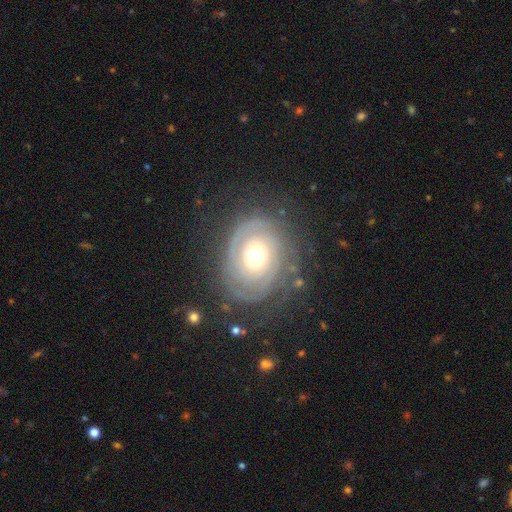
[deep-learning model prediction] Smooth or featured? featured or disk (79%)
Edge-on disk? no (97%)
Bar? no (78%)
Spiral arms? yes (86%)
Spiral winding? tight (75%)
Spiral arm count? can't tell (40%)
Bulge size? moderate (70%)
Merging? none (72%)